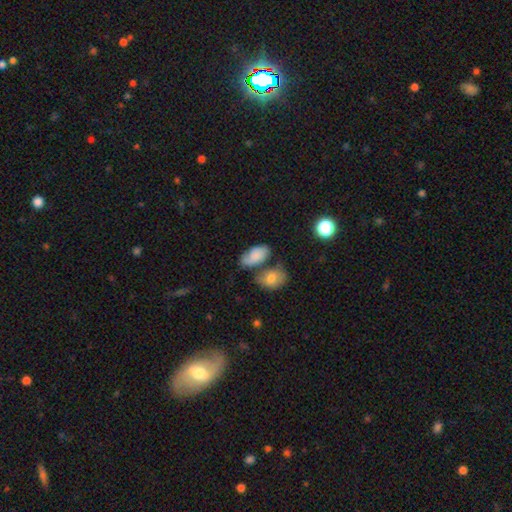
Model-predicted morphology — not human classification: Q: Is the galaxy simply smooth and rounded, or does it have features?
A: smooth — 72%.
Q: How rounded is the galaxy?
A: in between — 91%.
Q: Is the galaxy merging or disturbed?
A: none — 47%.